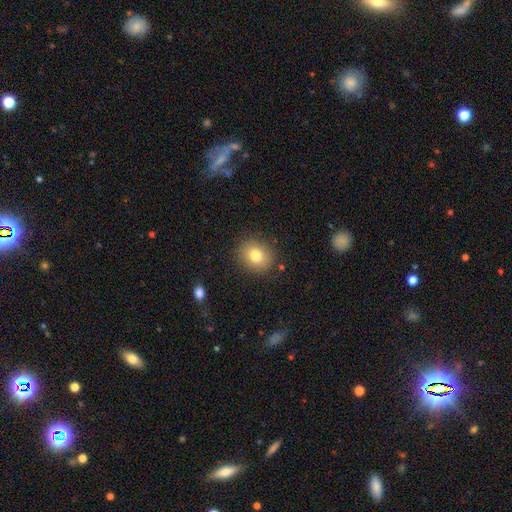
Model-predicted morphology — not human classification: Q: Smooth or featured?
A: smooth (79%); runner-up: featured or disk (11%)
Q: How rounded?
A: round (67%); runner-up: in between (32%)
Q: Merging?
A: none (85%); runner-up: minor disturbance (10%)